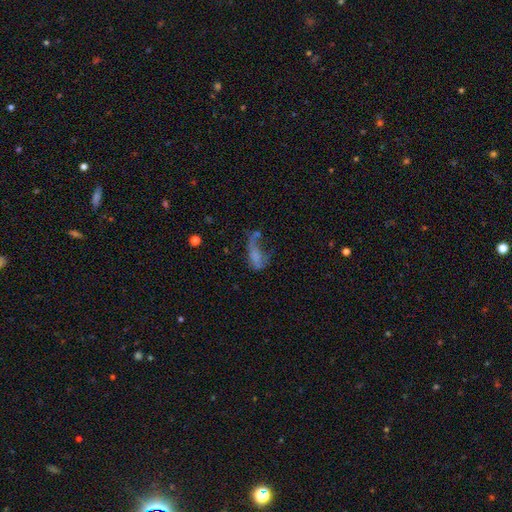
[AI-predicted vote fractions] The model was most divided on "smooth or featured": smooth: 48%, featured or disk: 36%, star or artifact: 15%. Remaining: merging — major disturbance (48%).